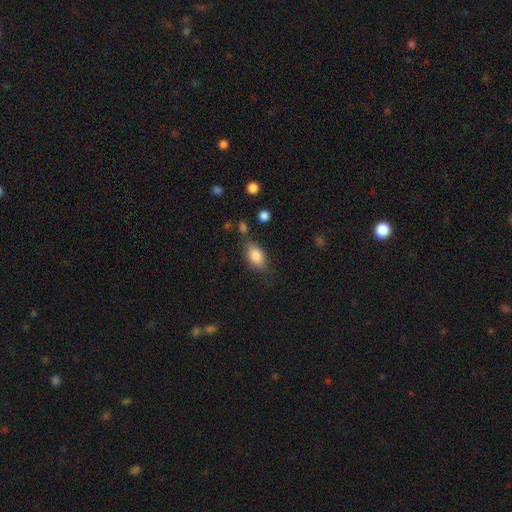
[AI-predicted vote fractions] A smooth galaxy with no disk features (82%) that is in between round and cigar-shaped (88%). Merging: none (70%).